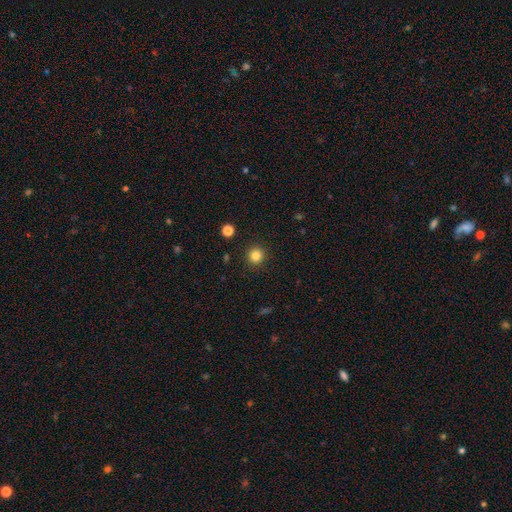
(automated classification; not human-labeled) A smooth galaxy with no disk features (84%) that is round (94%).

Vote fractions:
- Smooth or featured? smooth: 84% / star or artifact: 12% / featured or disk: 4%
- How rounded? round: 94% / in between: 5% / cigar-shaped: 1%
- Merging? none: 92% / minor disturbance: 5% / major disturbance: 2% / merger: 1%